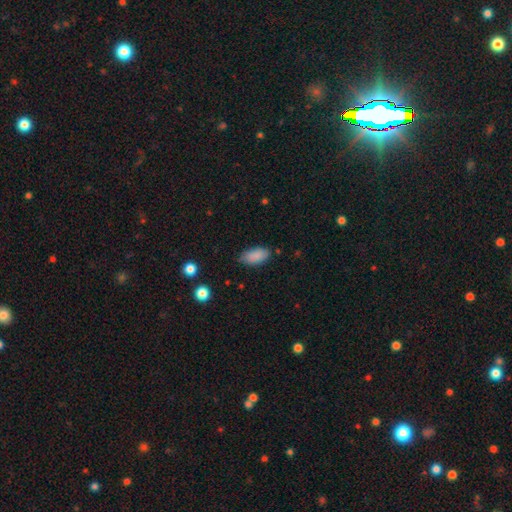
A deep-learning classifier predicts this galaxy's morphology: type=smooth (88%); roundness=in between (92%); merging=none (77%).